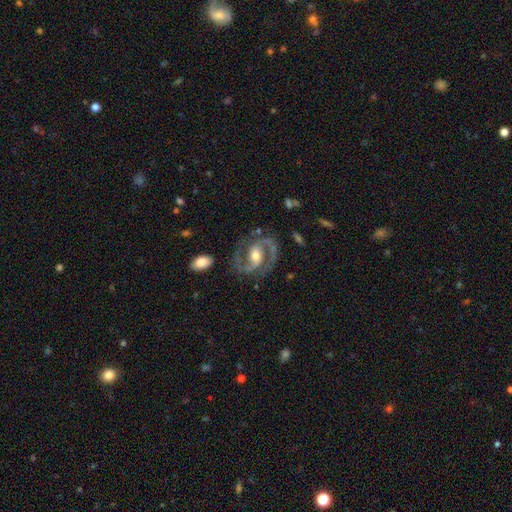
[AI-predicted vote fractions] Overall: featured or disk (89%). Edge-on disk: no (97%). Bar: weak (38%; strong 34%). Spiral arms: yes (96%). Spiral arm count: 2 (92%). Spiral winding: medium (62%; tight 25%). Bulge size: moderate (66%). Merging: none (78%).